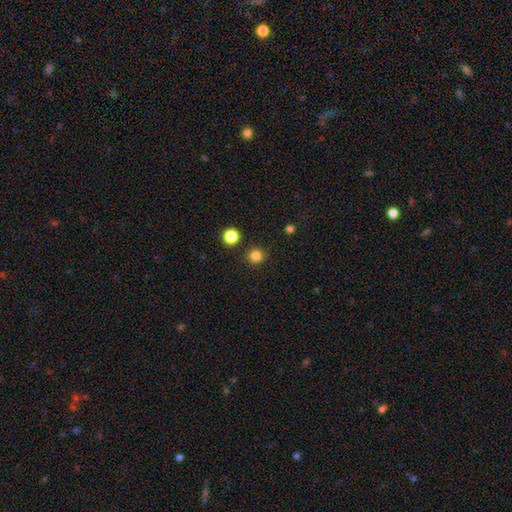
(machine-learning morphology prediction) Smooth or featured?
  - smooth: 82% *
  - star or artifact: 14%
  - featured or disk: 4%
How rounded?
  - round: 94% *
  - in between: 5%
  - cigar-shaped: 1%
Merging?
  - none: 91% *
  - minor disturbance: 5%
  - merger: 2%
  - major disturbance: 2%